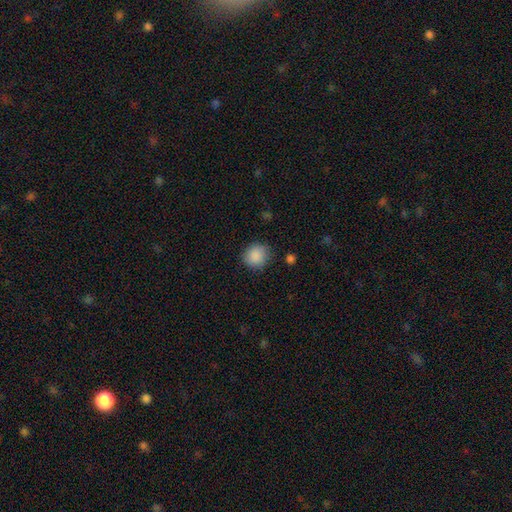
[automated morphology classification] This appears to be a smooth galaxy with no disk features (88%) that is round (86%). Merging: none (84%).